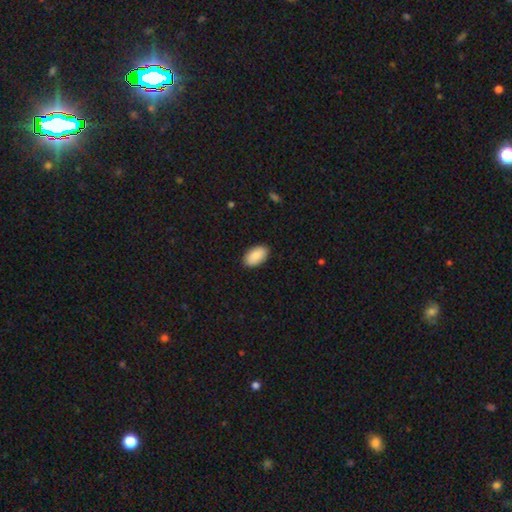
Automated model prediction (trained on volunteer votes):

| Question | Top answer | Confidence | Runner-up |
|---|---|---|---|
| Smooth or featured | smooth | 89% | star or artifact (6%) |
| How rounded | in between | 95% | round (3%) |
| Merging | none | 90% | minor disturbance (8%) |